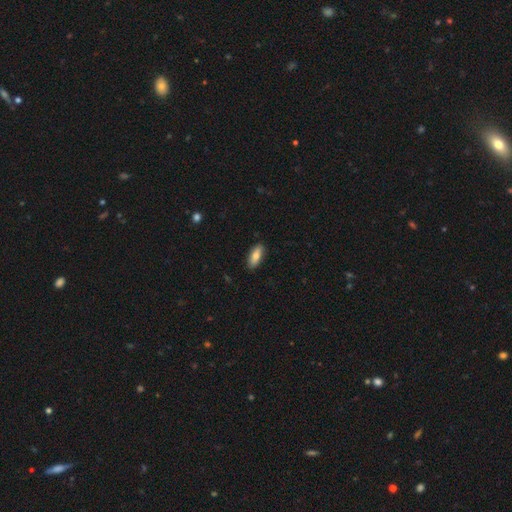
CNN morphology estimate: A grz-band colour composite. It shows a smooth galaxy with no disk features (77%) that is in between round and cigar-shaped (79%). Merging: none (88%).